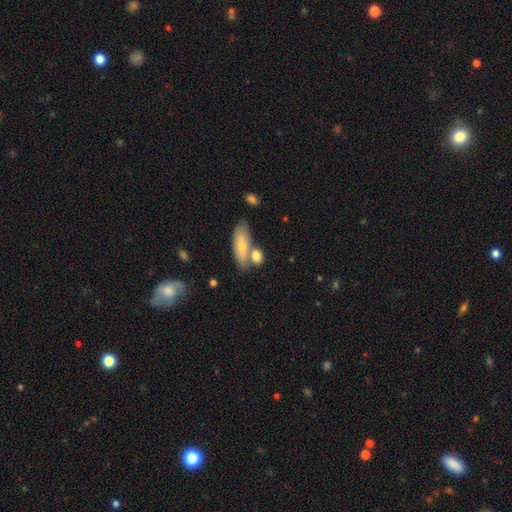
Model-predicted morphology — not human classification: smooth_or_featured: smooth (p=0.75) [alt: featured or disk p=0.18]
how_rounded: in between (p=0.58) [alt: round p=0.26]
merging: none (p=0.46) [alt: merger p=0.38]